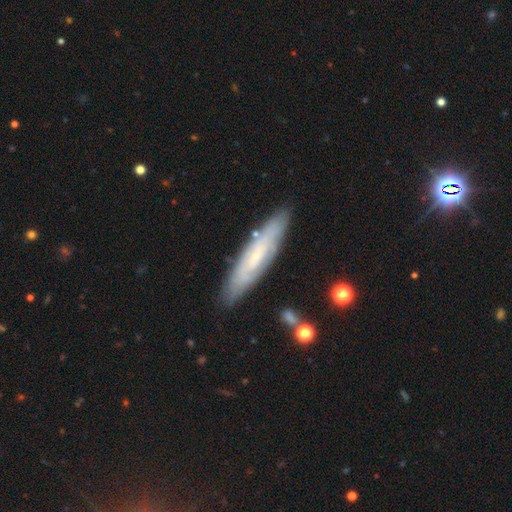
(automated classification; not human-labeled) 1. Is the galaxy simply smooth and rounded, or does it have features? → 59% featured or disk, 34% smooth, 7% star or artifact.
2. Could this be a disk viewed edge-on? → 53% no, 47% yes.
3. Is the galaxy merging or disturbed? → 83% none, 12% minor disturbance, 3% major disturbance, 2% merger.